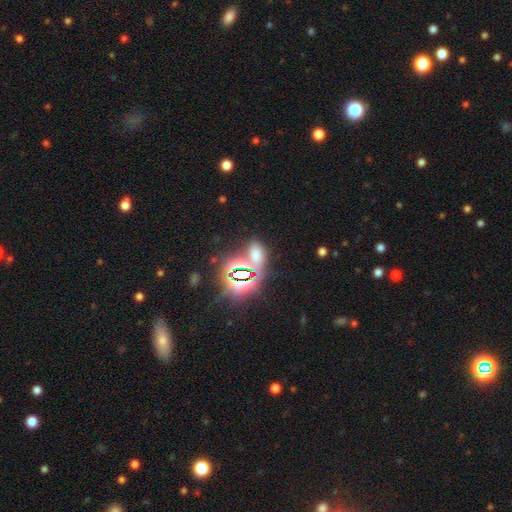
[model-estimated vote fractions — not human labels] Smooth or featured: star or artifact — 47% (smooth — 44%)